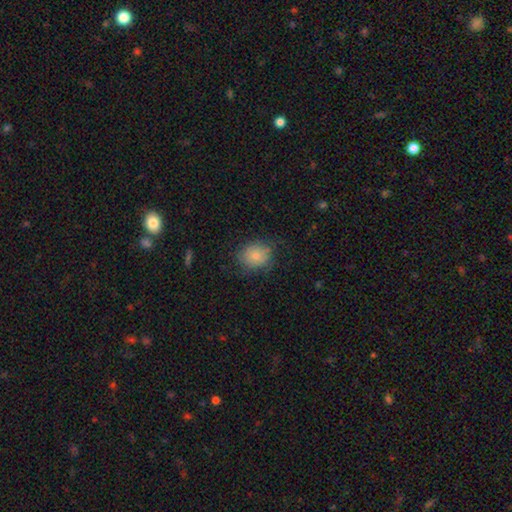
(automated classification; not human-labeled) A smooth galaxy with no disk features (82%) that is round (64%). Merging: none (73%).